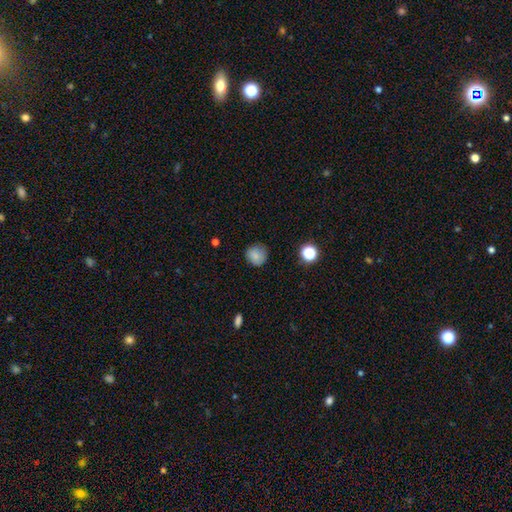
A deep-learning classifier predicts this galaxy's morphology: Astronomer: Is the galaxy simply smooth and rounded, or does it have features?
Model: smooth — 82%.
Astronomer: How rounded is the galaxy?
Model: round — 89%.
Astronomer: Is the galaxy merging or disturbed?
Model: none — 77%.